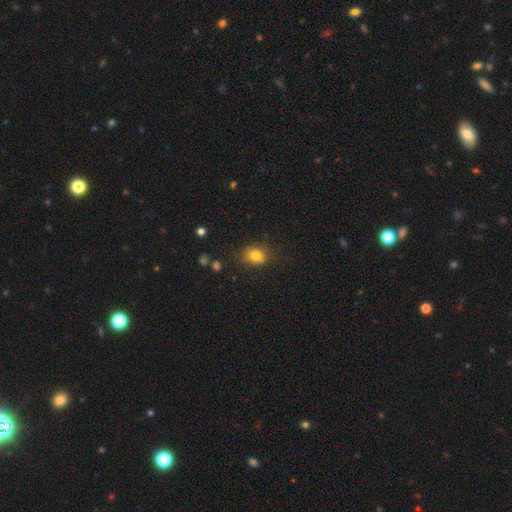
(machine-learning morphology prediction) Smooth or featured: smooth — 79% (star or artifact — 12%)
How rounded: round — 57% (in between — 42%)
Merging: none — 75% (minor disturbance — 17%)